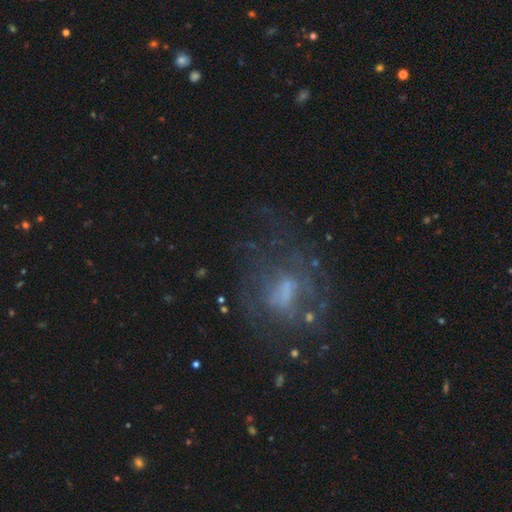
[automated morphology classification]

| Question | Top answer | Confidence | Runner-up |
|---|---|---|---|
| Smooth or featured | featured or disk | 45% | star or artifact (29%) |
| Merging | none | 61% | major disturbance (19%) |